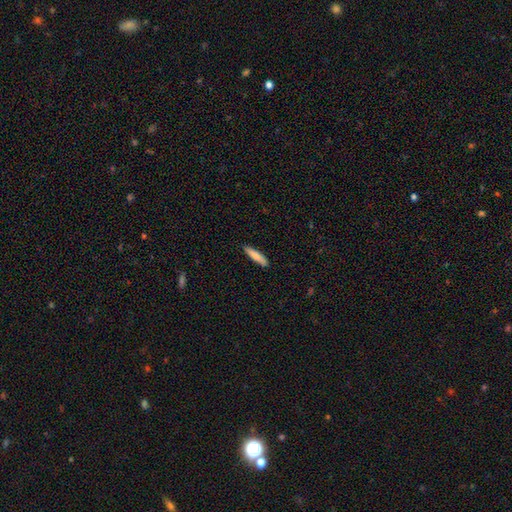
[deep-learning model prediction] smooth 81%, featured or disk 13%, star or artifact 6%. Down the decision tree: how rounded — cigar-shaped (83%); merging — none (88%).